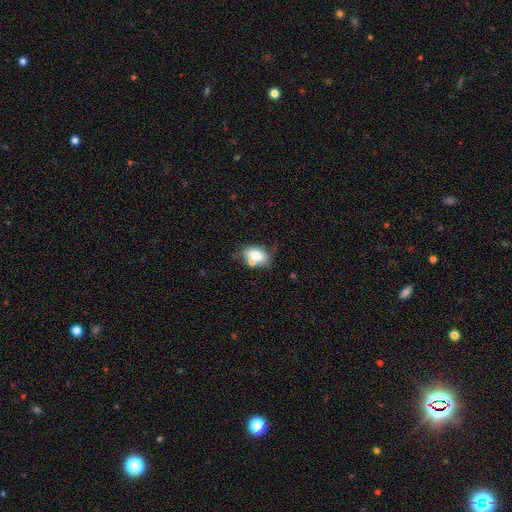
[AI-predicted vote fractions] This appears to be a smooth galaxy with no disk features (75%) that is in between round and cigar-shaped (83%). Merging: none (51%).